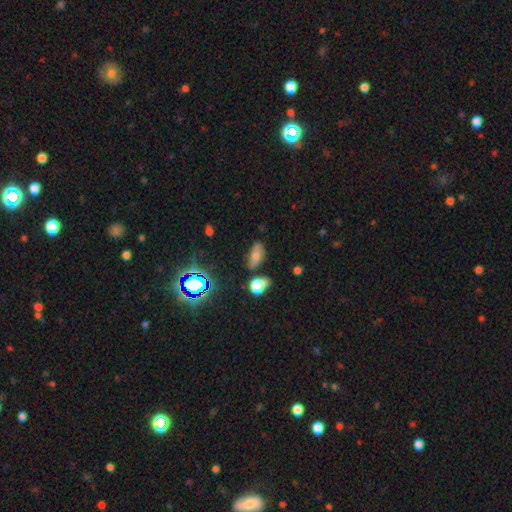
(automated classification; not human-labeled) This appears to be a smooth galaxy with no disk features (49%). Merging: none (58%).